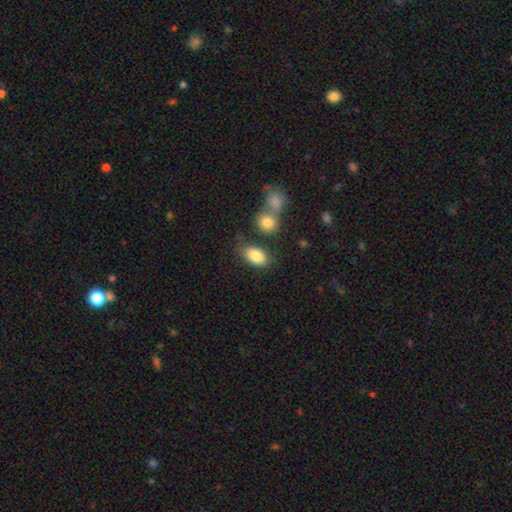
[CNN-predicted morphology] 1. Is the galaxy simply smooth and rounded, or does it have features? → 85% smooth, 8% star or artifact, 7% featured or disk.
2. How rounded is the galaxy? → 90% in between, 8% round, 2% cigar-shaped.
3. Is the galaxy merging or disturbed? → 69% none, 14% merger, 13% minor disturbance, 4% major disturbance.